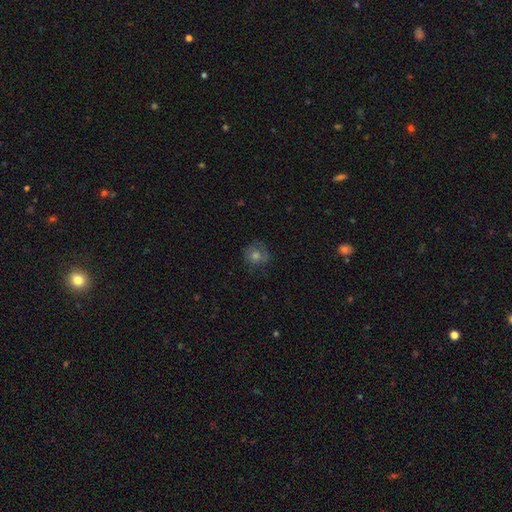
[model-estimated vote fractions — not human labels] The model was most divided on "smooth or featured": smooth: 48%, featured or disk: 35%, star or artifact: 17%. More confident: merging — none (76%).